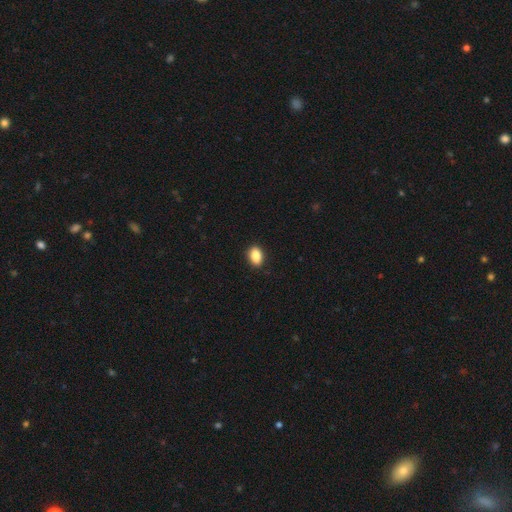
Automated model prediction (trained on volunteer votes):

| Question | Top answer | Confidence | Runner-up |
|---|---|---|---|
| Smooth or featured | smooth | 88% | star or artifact (8%) |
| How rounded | in between | 84% | round (14%) |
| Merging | none | 90% | minor disturbance (8%) |